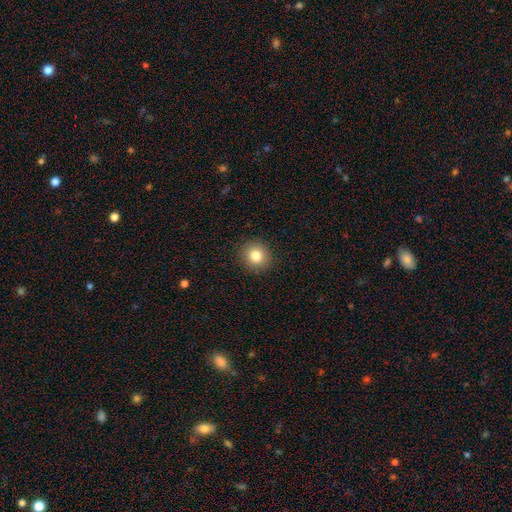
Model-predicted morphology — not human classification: Smooth or featured? Predicted: smooth (p=0.82). How rounded? Predicted: round (p=0.90). Merging? Predicted: none (p=0.91).